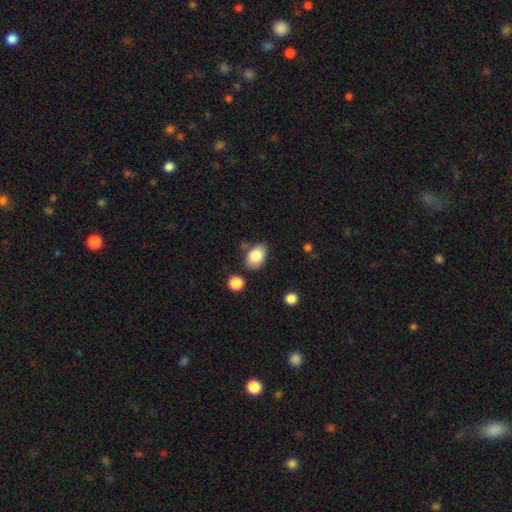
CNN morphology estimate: This is clearly a smooth galaxy (85%). How rounded: clearly in between (83%). Merging: likely none (73%).